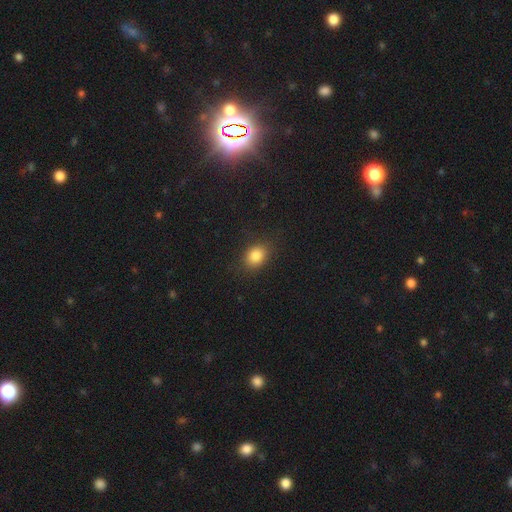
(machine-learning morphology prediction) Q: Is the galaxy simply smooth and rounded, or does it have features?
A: smooth — 83%.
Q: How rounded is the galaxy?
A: in between — 59%.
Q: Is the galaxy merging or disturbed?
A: none — 84%.